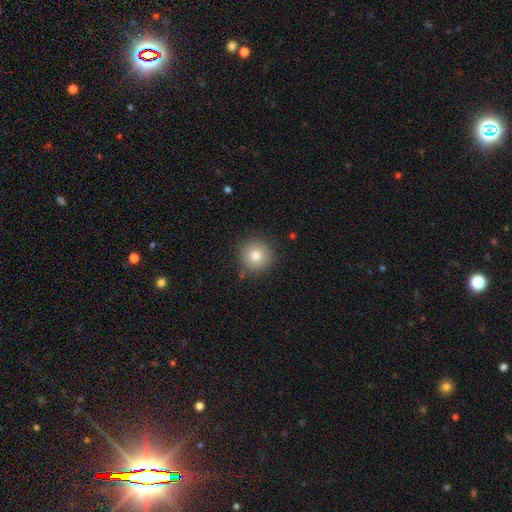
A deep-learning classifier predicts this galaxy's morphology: Q: Smooth or featured?
A: smooth (78%); runner-up: featured or disk (11%)
Q: How rounded?
A: round (95%); runner-up: in between (4%)
Q: Merging?
A: none (87%); runner-up: minor disturbance (9%)